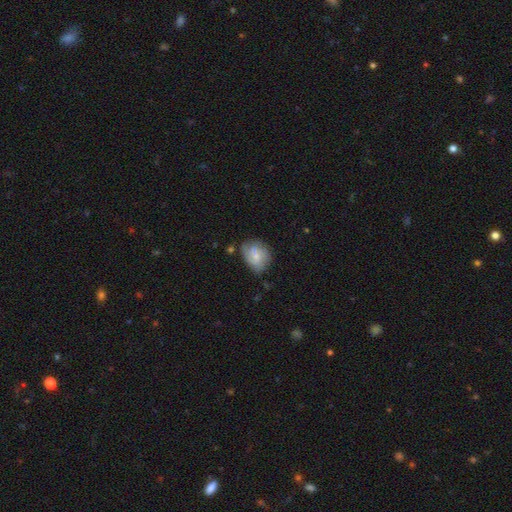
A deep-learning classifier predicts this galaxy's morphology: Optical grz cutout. It shows a smooth galaxy with no disk features (50%). Merging: none (57%).